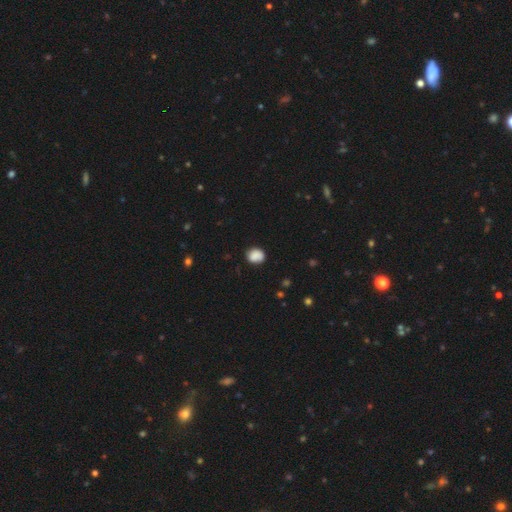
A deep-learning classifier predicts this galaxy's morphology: This appears to be a smooth galaxy with no disk features (85%) that is round (70%). Merging: none (75%).